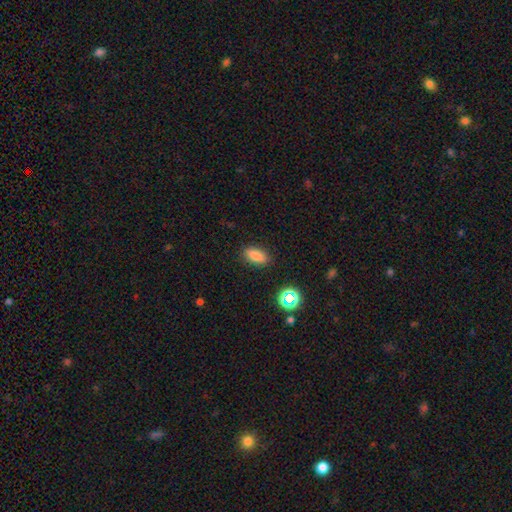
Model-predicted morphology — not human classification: A smooth galaxy with no disk features (81%) that is in between round and cigar-shaped (83%).

Vote fractions:
- Smooth or featured? smooth: 81% / star or artifact: 12% / featured or disk: 7%
- How rounded? in between: 83% / cigar-shaped: 12% / round: 5%
- Merging? none: 87% / minor disturbance: 9% / major disturbance: 3% / merger: 2%